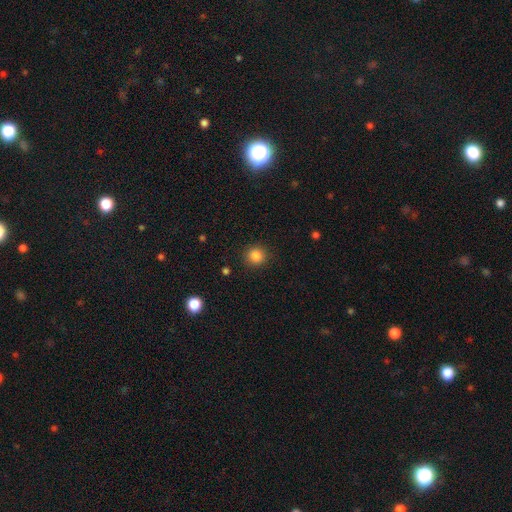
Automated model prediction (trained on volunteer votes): The model was most divided on "smooth or featured": smooth: 85%, star or artifact: 11%, featured or disk: 4%. More confident: how rounded — round (92%); merging — none (90%).